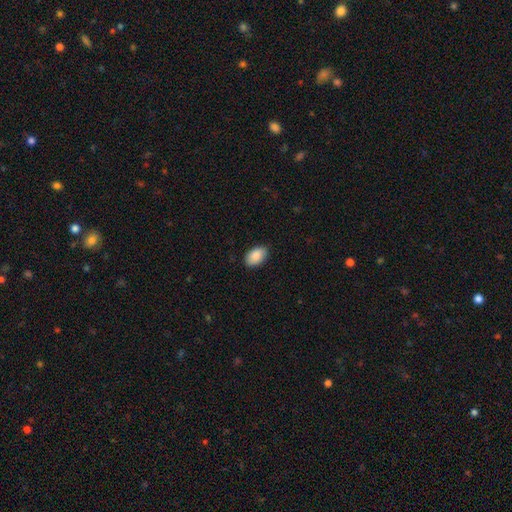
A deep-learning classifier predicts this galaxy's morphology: Overall: smooth (89%). How rounded: in between (92%). Merging: none (87%).